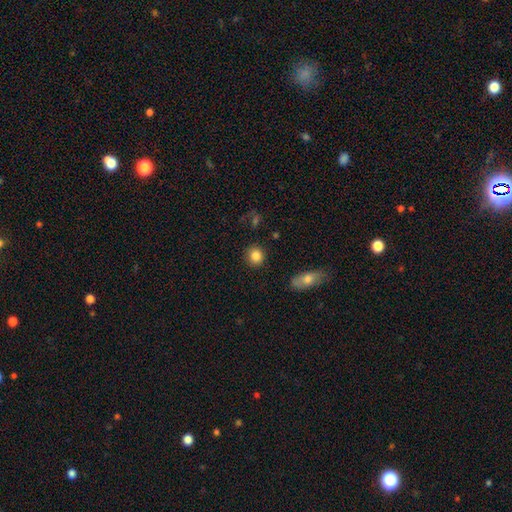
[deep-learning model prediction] Morphology: type=smooth (85%); roundness=round (86%); merging=none (89%).